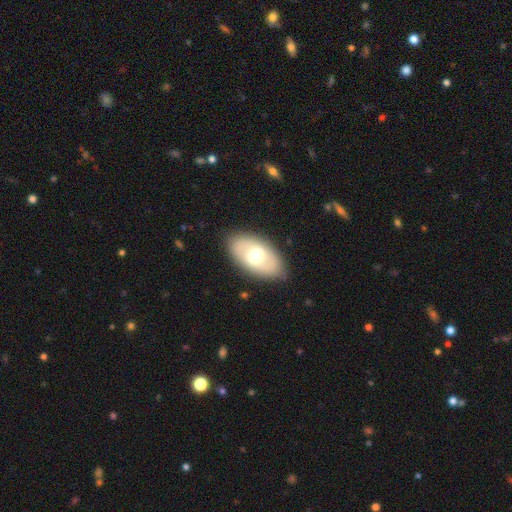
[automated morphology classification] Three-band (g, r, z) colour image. It shows a smooth galaxy with no disk features (57%) that is in between round and cigar-shaped (92%). Merging: none (83%).